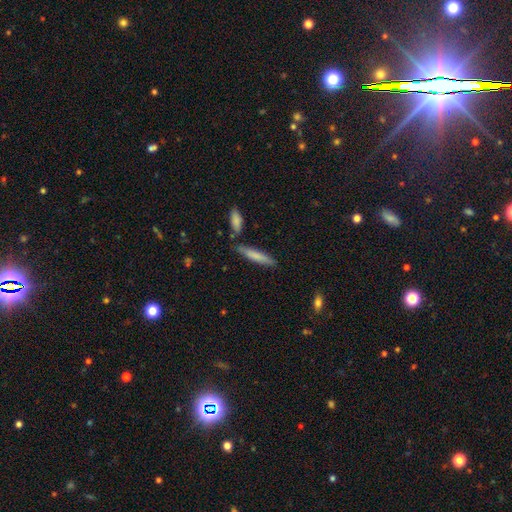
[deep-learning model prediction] Q: Smooth or featured?
A: smooth (75%); runner-up: featured or disk (19%)
Q: How rounded?
A: cigar-shaped (88%); runner-up: in between (11%)
Q: Merging?
A: none (76%); runner-up: minor disturbance (13%)